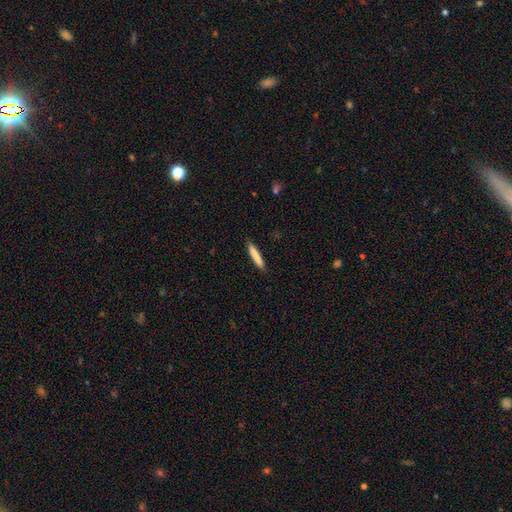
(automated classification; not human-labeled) The model was most divided on "smooth or featured": smooth: 82%, featured or disk: 12%, star or artifact: 6%. More confident: how rounded — cigar-shaped (93%); merging — none (91%).